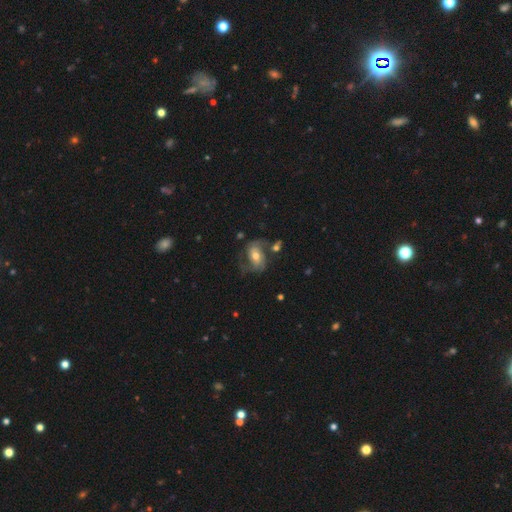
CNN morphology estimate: Overall: featured or disk (67%). Edge-on disk: no (96%). Bar: no (47%; weak 35%). Spiral arms: yes (83%). Spiral arm count: 2 (76%). Spiral winding: medium (45%; loose 32%). Bulge size: moderate (67%). Merging: none (49%; minor disturbance 21%).